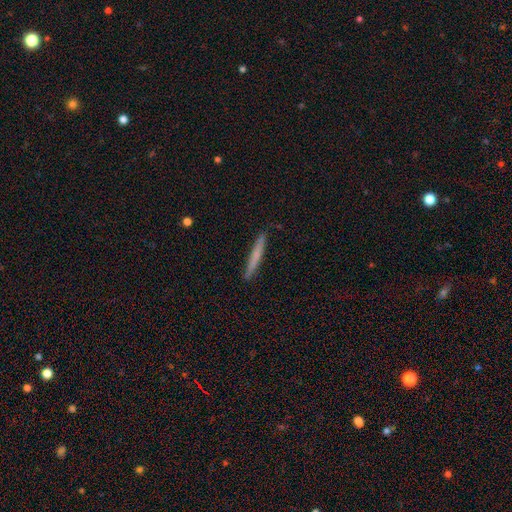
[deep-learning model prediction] This appears to be a smooth galaxy with no disk features (63%) that is cigar-shaped (96%). Merging: none (91%).